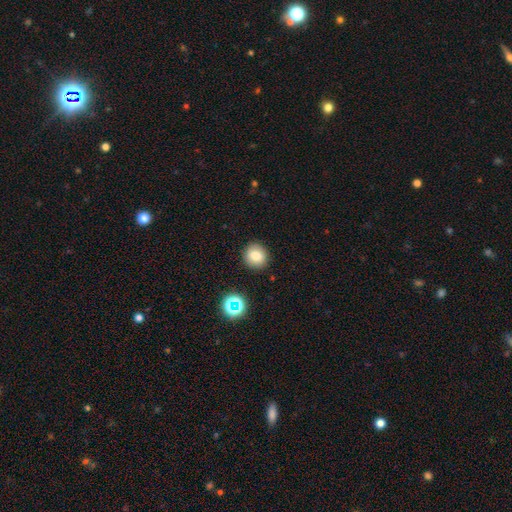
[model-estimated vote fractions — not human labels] smooth-or-featured: smooth: 78% | star or artifact: 12% | featured or disk: 10%
  how-rounded: round: 87% | in between: 12% | cigar-shaped: 1%
  merging: none: 88% | minor disturbance: 7% | major disturbance: 2% | merger: 2%